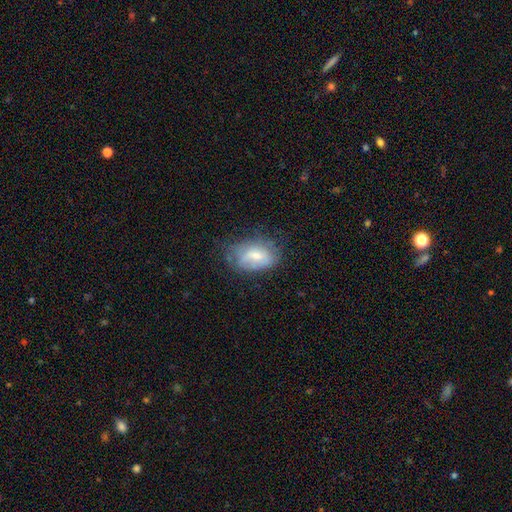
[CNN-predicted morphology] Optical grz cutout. It shows a smooth galaxy with no disk features (56%) that is in between round and cigar-shaped (87%). Merging: none (50%).